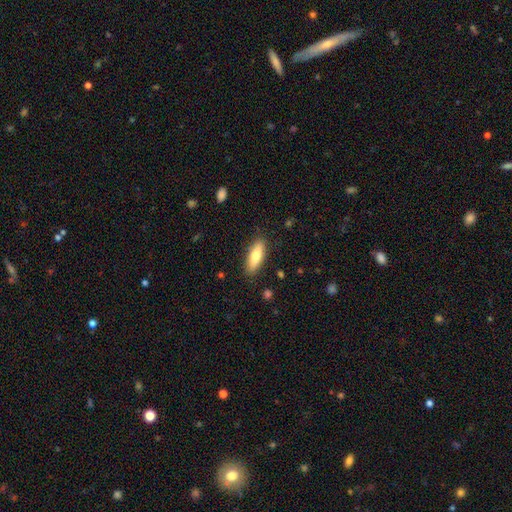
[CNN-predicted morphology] Overall: smooth (76%). How rounded: in between (58%; cigar-shaped 40%). Merging: none (87%).